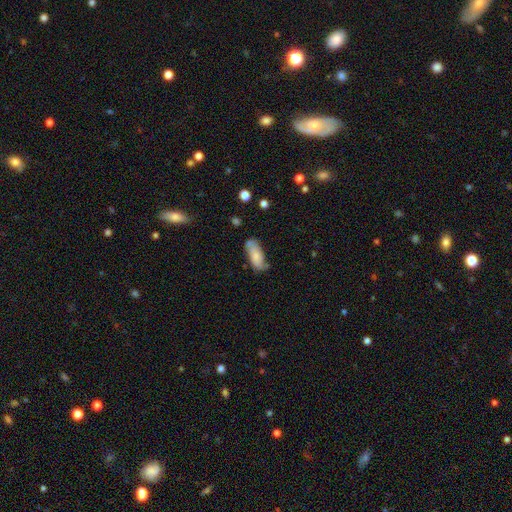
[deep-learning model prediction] Smooth or featured: smooth — 70% (featured or disk — 23%)
How rounded: in between — 79% (cigar-shaped — 19%)
Merging: none — 62% (minor disturbance — 27%)